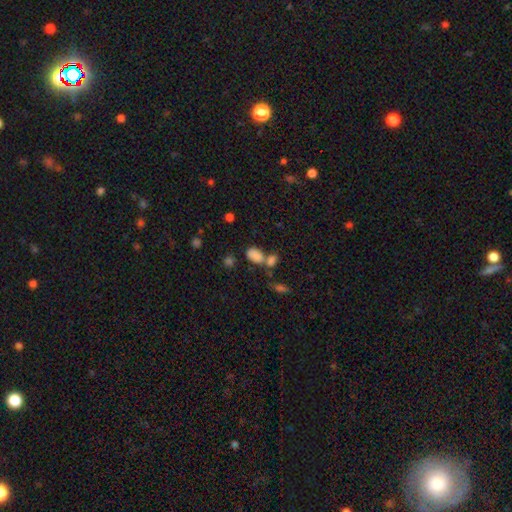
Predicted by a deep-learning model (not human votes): Morphology: type=smooth (81%); roundness=in between (89%); merging=none (42%).